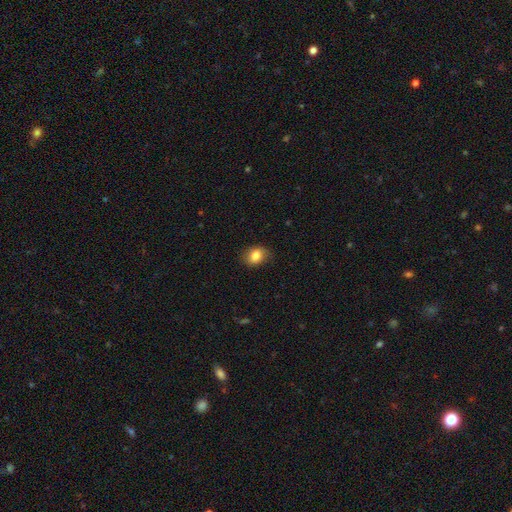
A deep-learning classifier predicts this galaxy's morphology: smooth 83%, star or artifact 9%, featured or disk 8%. Down the decision tree: how rounded — in between (59%); merging — none (81%).